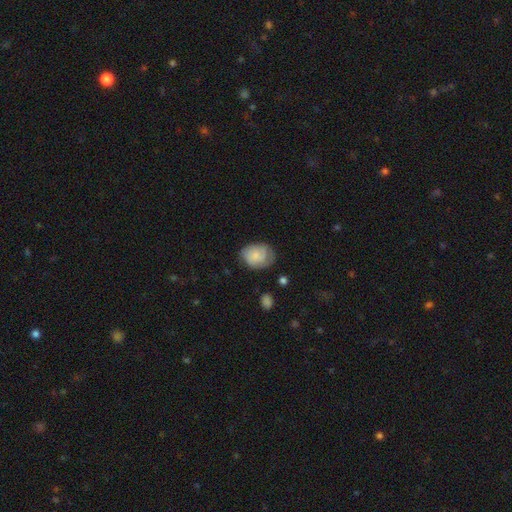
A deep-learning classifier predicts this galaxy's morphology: Smooth or featured? Predicted: smooth (p=0.60). How rounded? Predicted: in between (p=0.61). Merging? Predicted: none (p=0.60).